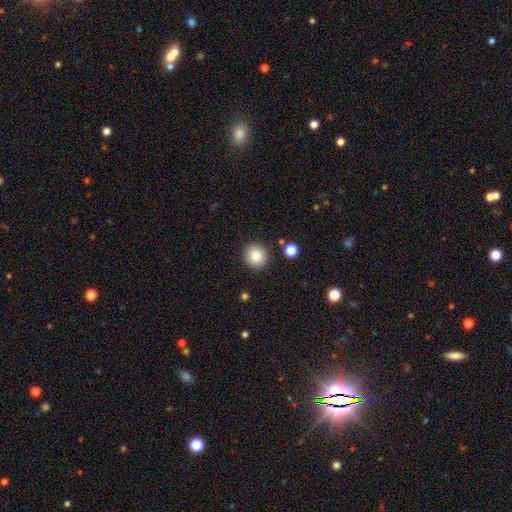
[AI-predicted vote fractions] Smooth or featured? Predicted: smooth (p=0.84). How rounded? Predicted: round (p=0.92). Merging? Predicted: none (p=0.89).